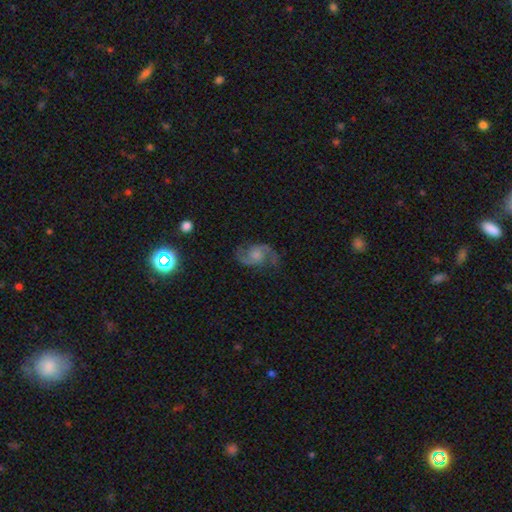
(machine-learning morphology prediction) The model was most divided on "bulge size": small: 38%, moderate: 37%, none: 16%, large: 7%, dominant: 2%. More confident: edge-on disk — no (98%); spiral arms — yes (98%); spiral arm count — 2 (93%); smooth or featured — featured or disk (85%); merging — none (78%); bar — no (61%); spiral winding — medium (54%).